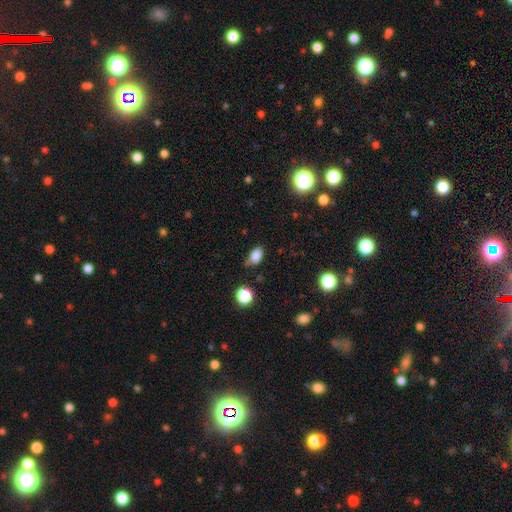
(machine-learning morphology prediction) smooth 84%, star or artifact 11%, featured or disk 5%. Down the decision tree: how rounded — in between (85%); merging — none (69%).